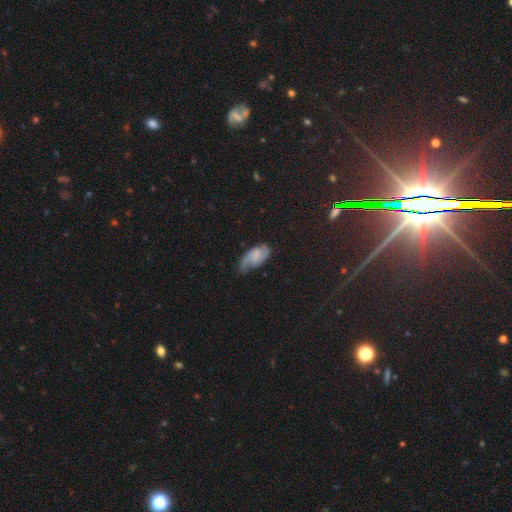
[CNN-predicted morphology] Smooth or featured: featured or disk — 46% (smooth — 45%)
Merging: none — 45% (minor disturbance — 38%)